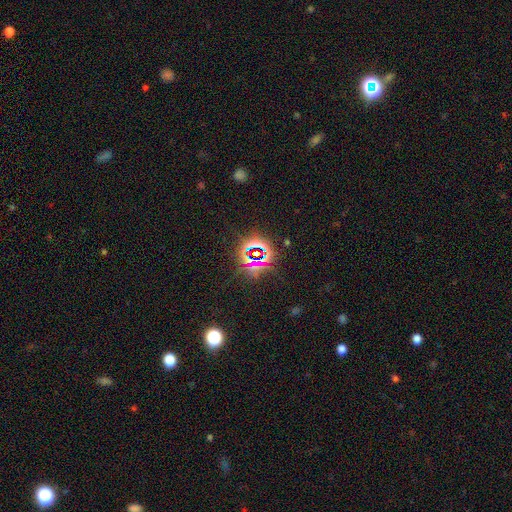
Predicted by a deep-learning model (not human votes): Smooth or featured? star or artifact (81%)